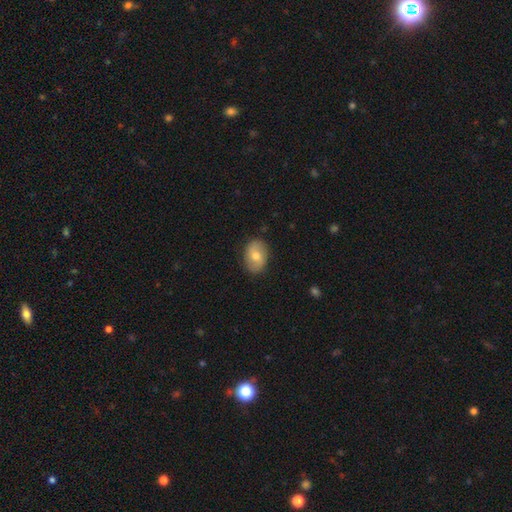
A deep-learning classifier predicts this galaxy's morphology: type=smooth (62%); roundness=in between (78%); merging=none (86%).